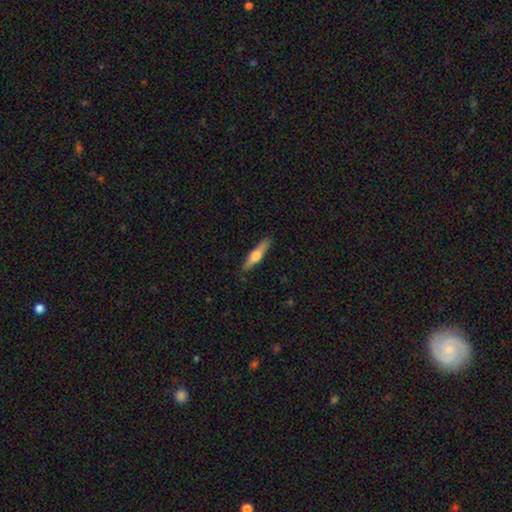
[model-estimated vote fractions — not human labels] Smooth or featured: featured or disk — 53% (smooth — 42%)
Edge-on disk: yes — 95% (no — 5%)
Merging: none — 88% (minor disturbance — 9%)